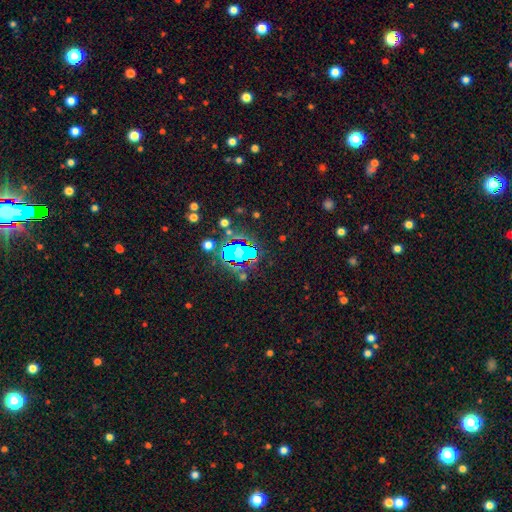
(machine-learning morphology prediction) A star or artifact, not a galaxy (81%).

Vote fractions:
- Smooth or featured? star or artifact: 81% / smooth: 11% / featured or disk: 8%